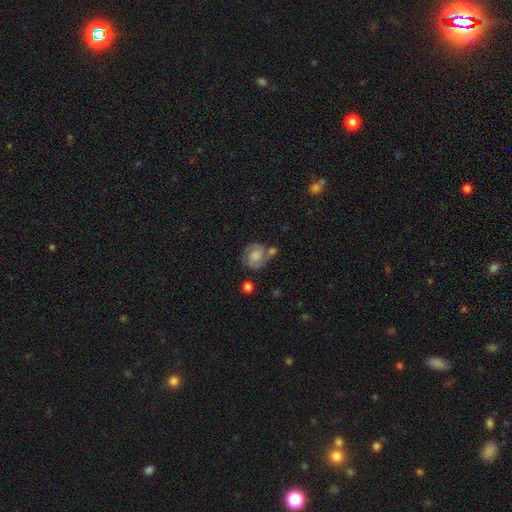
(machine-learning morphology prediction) Smooth or featured? featured or disk (62%)
Edge-on disk? no (97%)
Bar? no (66%)
Spiral arms? yes (89%)
Spiral winding? tight (46%)
Spiral arm count? 2 (75%)
Bulge size? none (27%)
Merging? none (53%)